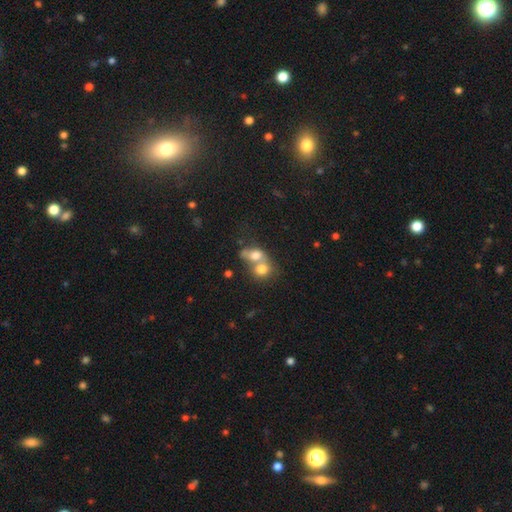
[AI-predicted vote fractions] Morphology: type=smooth (69%); roundness=in between (53%); merging=merger (76%).